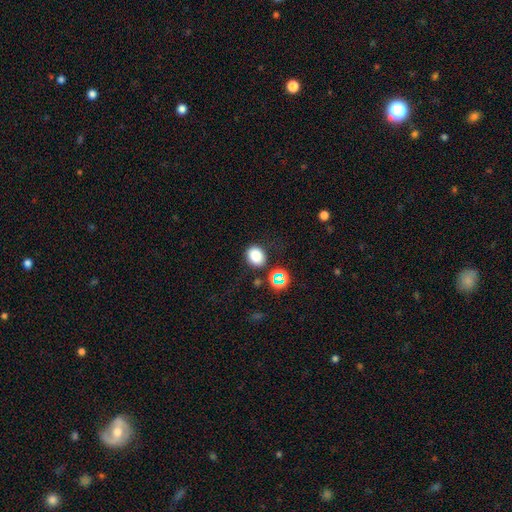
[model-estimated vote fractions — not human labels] smooth_or_featured: smooth (p=0.80) [alt: star or artifact p=0.14]
how_rounded: round (p=0.51) [alt: in between p=0.48]
merging: none (p=0.78) [alt: minor disturbance p=0.12]